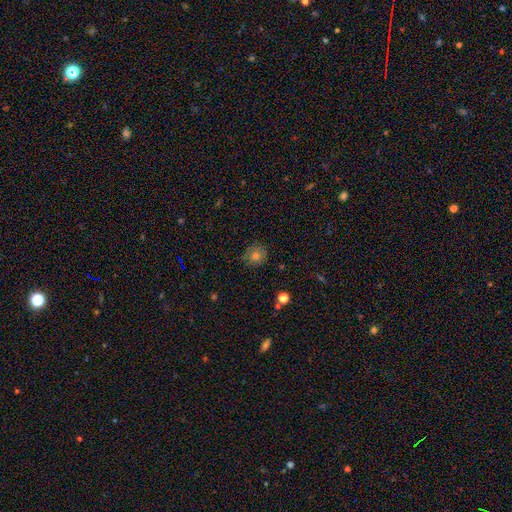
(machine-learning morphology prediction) Smooth or featured? Predicted: smooth (p=0.68). How rounded? Predicted: round (p=0.88). Merging? Predicted: none (p=0.78).